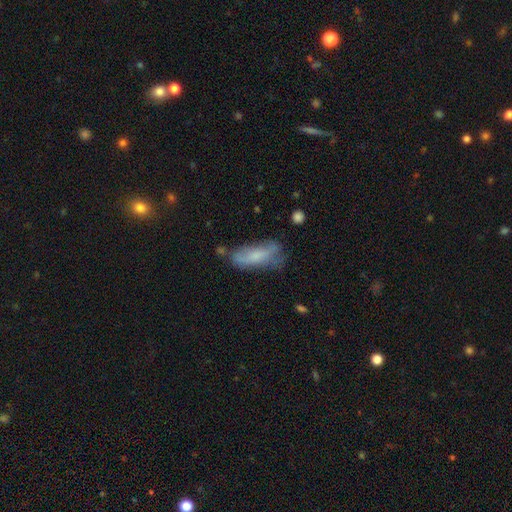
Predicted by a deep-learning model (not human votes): Overall: smooth (63%; featured or disk 29%). How rounded: in between (67%; cigar-shaped 31%). Merging: none (47%; minor disturbance 32%).